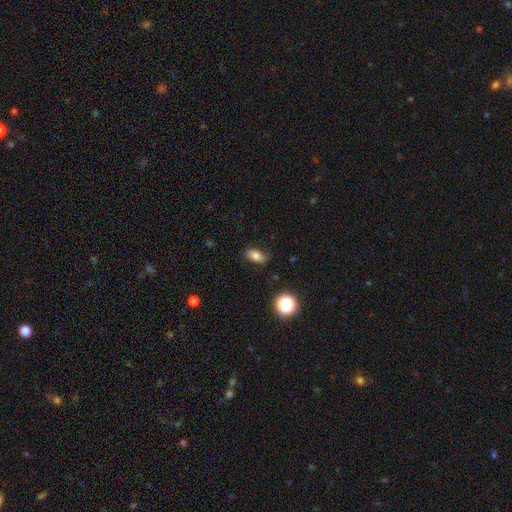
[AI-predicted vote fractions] A smooth galaxy with no disk features (75%) that is in between round and cigar-shaped (86%). Merging: none (78%).